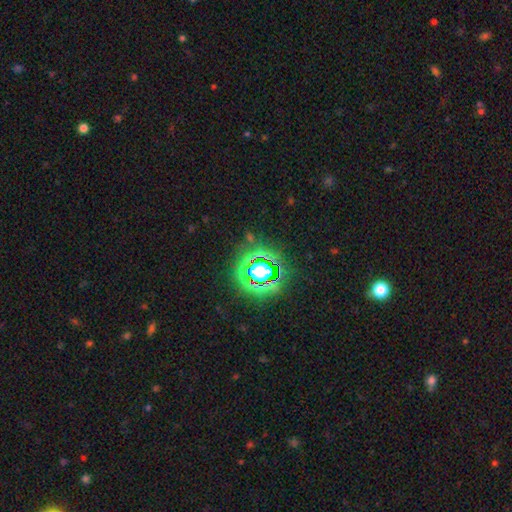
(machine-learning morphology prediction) Q: Smooth or featured?
A: star or artifact (81%); runner-up: smooth (12%)